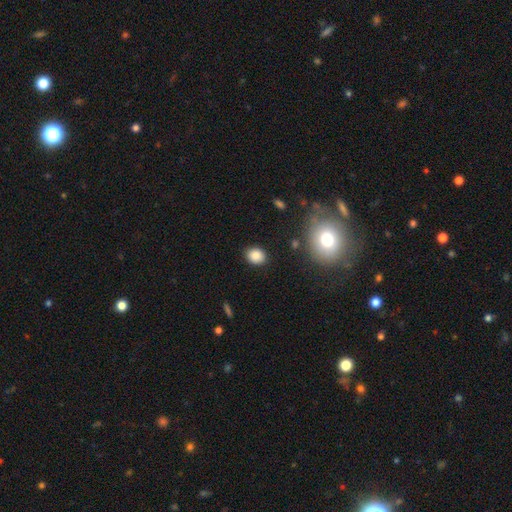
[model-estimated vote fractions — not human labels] This is clearly a smooth galaxy (86%). How rounded: possibly round (54%). Merging: clearly none (86%).